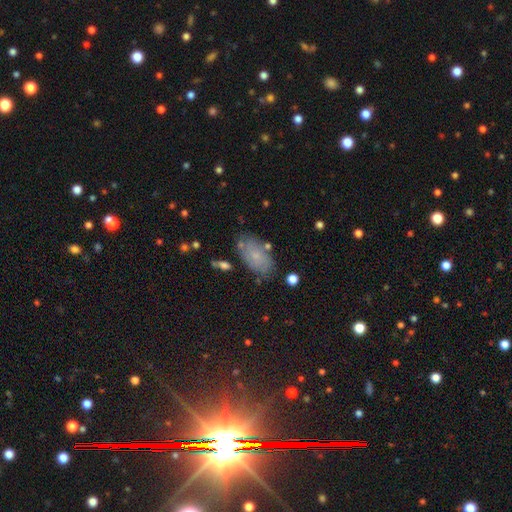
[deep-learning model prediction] Smooth or featured: smooth — 59% (featured or disk — 29%)
How rounded: in between — 93% (round — 5%)
Merging: none — 74% (minor disturbance — 18%)